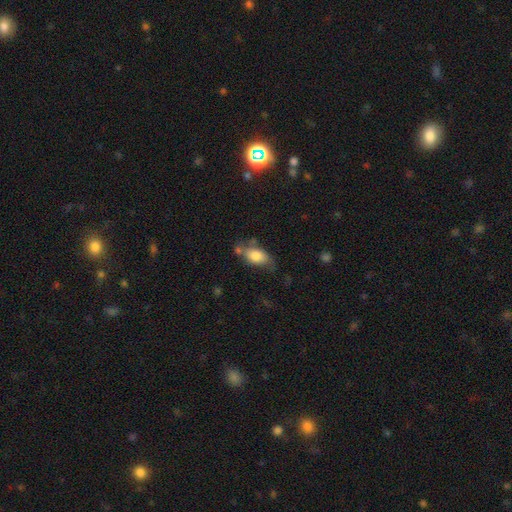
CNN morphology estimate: The model was most divided on "merging": none: 46%, minor disturbance: 29%, major disturbance: 14%, merger: 11%. More confident: how rounded — in between (89%); smooth or featured — smooth (74%).